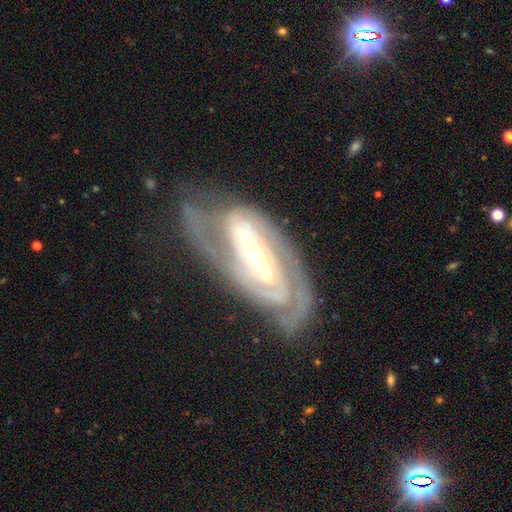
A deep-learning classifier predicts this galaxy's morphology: This appears to be a featured or disk galaxy (90%) with a strong bar (64%), 2 (71%) tight (60%) spiral arms (97%) and a moderate central bulge (49%). Merging: none (68%).